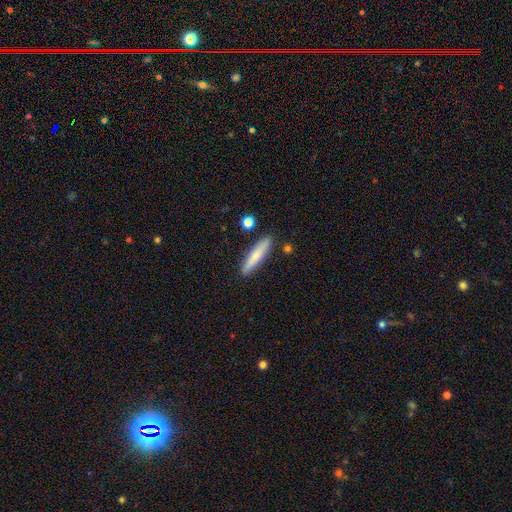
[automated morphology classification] This appears to be a smooth galaxy with no disk features (74%) that is cigar-shaped (87%). Merging: none (88%).